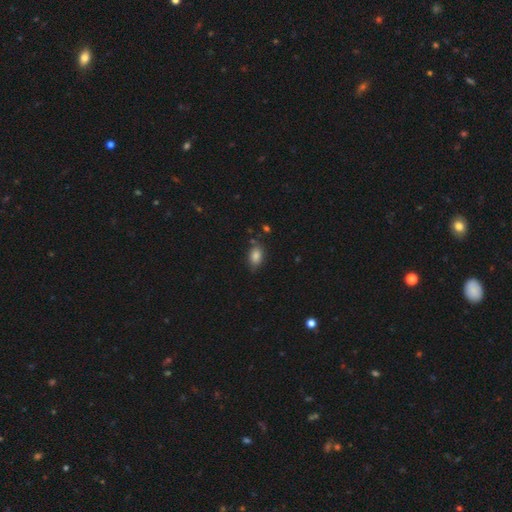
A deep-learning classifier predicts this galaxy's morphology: Overall: smooth (85%). How rounded: in between (86%). Merging: none (76%).